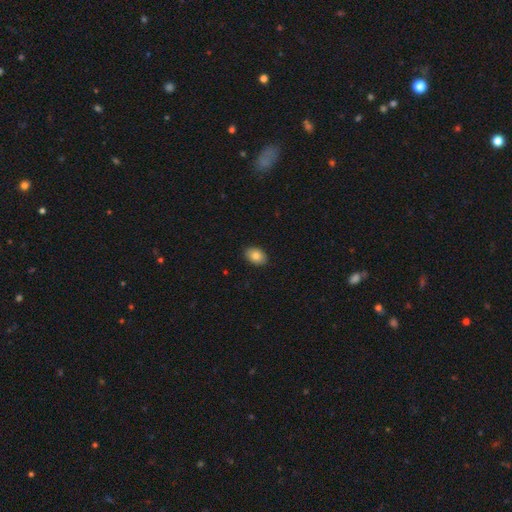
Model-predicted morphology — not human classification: smooth-or-featured: smooth: 84% | featured or disk: 9% | star or artifact: 8%
  how-rounded: in between: 84% | round: 15% | cigar-shaped: 1%
  merging: none: 90% | minor disturbance: 8% | major disturbance: 2% | merger: 1%